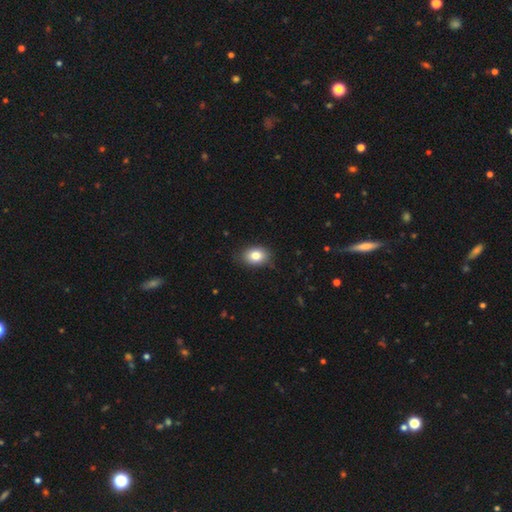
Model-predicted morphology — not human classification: Smooth or featured? smooth (82%)
How rounded? in between (72%)
Merging? none (82%)